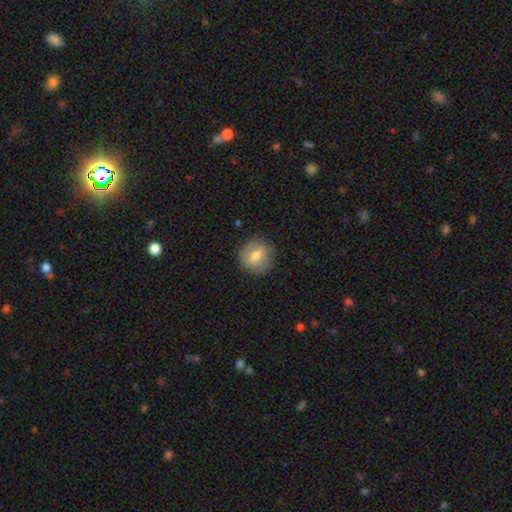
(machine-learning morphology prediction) smooth-or-featured: smooth: 67% | featured or disk: 25% | star or artifact: 8%
  how-rounded: round: 89% | in between: 10% | cigar-shaped: 1%
  merging: none: 86% | minor disturbance: 10% | major disturbance: 3% | merger: 1%